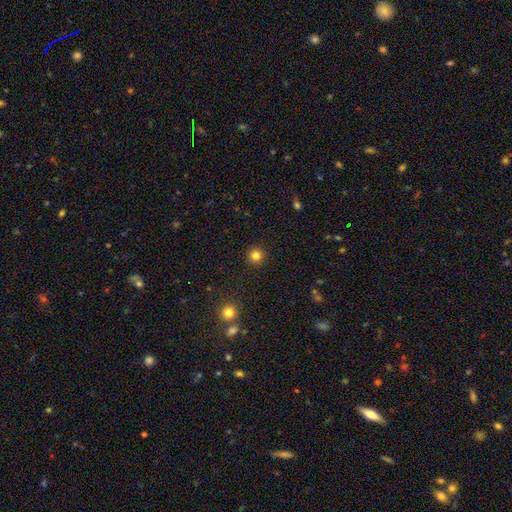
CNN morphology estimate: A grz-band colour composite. It shows a smooth galaxy with no disk features (82%) that is round (95%). Merging: none (92%).